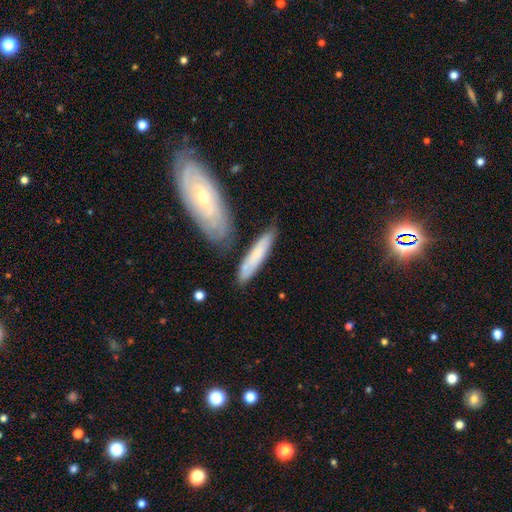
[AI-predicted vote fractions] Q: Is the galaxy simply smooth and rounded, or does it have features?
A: smooth — 60%.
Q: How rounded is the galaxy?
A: cigar-shaped — 76%.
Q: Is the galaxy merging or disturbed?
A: none — 68%.